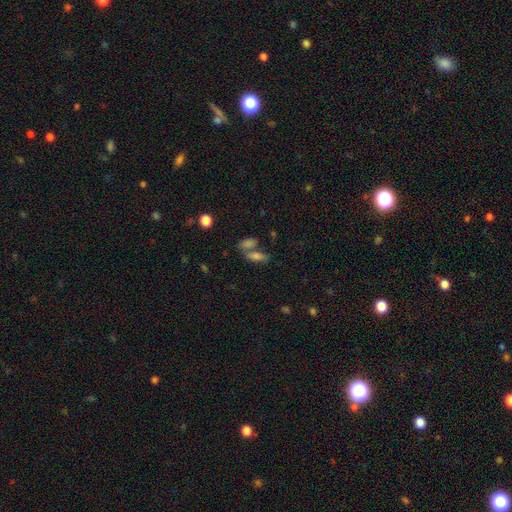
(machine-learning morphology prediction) This appears to be a smooth galaxy with no disk features (67%) that is in between round and cigar-shaped (65%). Merging: merger (43%).